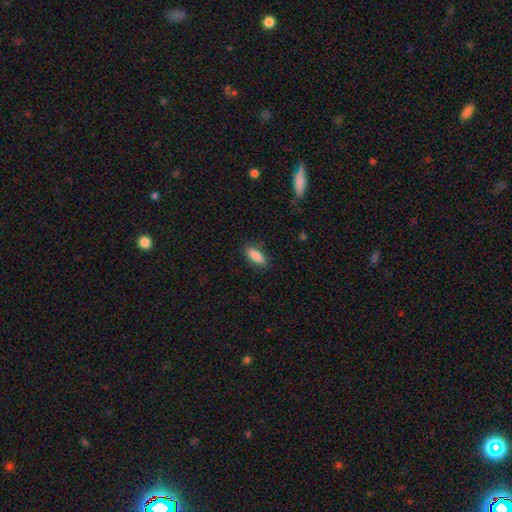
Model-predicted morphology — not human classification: This is clearly a smooth galaxy (83%). How rounded: likely in between (73%). Merging: clearly none (84%).